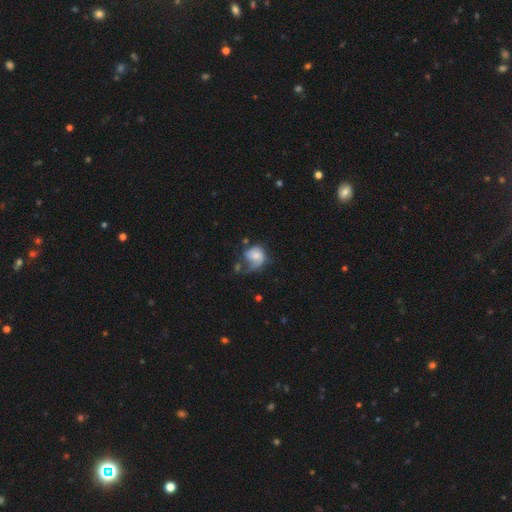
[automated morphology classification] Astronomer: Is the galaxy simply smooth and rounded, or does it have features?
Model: featured or disk — 51% (runner-up: smooth, 41%).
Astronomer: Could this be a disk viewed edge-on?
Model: no — 98%.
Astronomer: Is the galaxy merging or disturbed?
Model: major disturbance — 34% (runner-up: none, 31%).